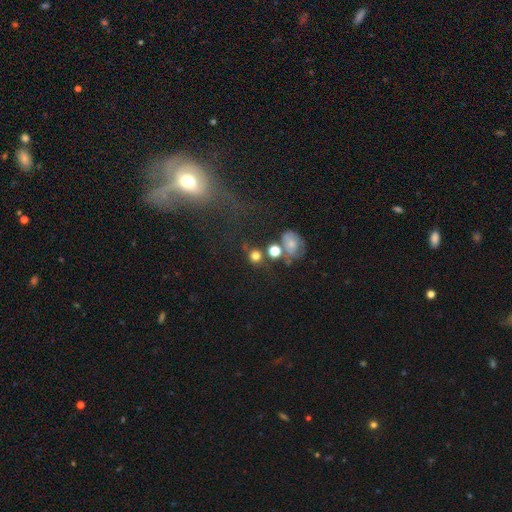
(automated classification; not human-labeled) A smooth galaxy with no disk features (74%) that is round (87%). Merging: none (65%).